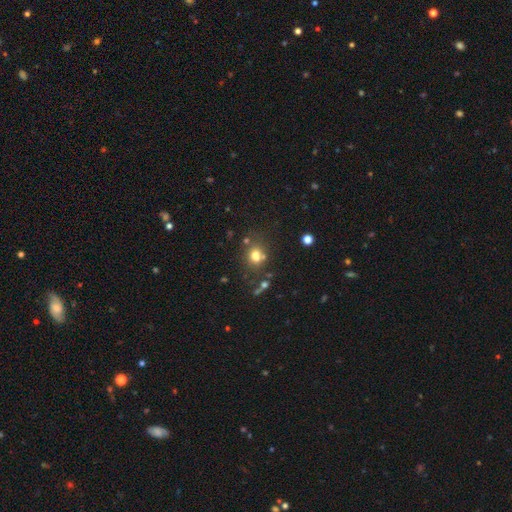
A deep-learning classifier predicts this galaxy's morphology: The model was most divided on "how rounded": round: 71%, in between: 28%, cigar-shaped: 1%. More confident: smooth or featured — smooth (73%); merging — none (66%).